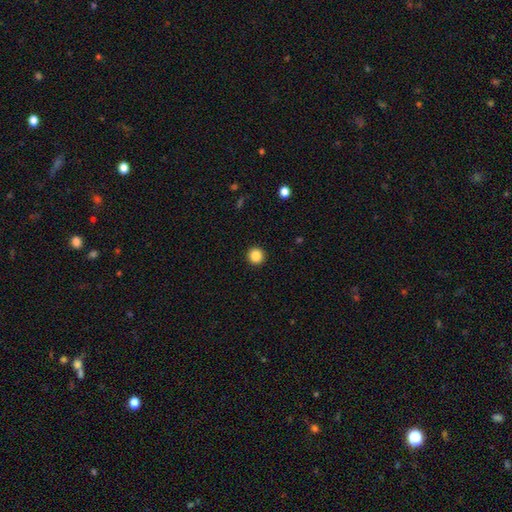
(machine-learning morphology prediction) This is clearly a smooth galaxy (87%). How rounded: clearly round (95%). Merging: clearly none (93%).